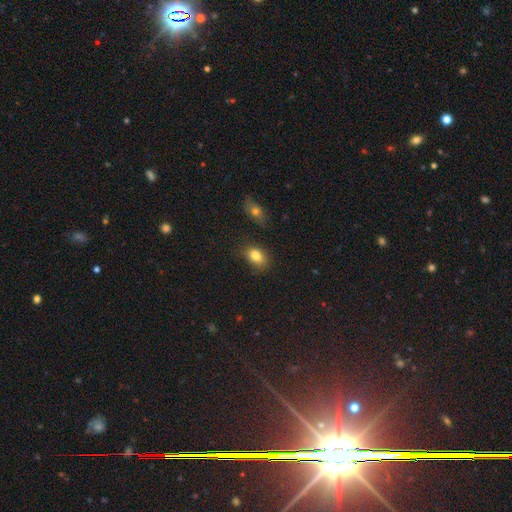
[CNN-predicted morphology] The model was most divided on "merging": none: 73%, minor disturbance: 19%, major disturbance: 4%, merger: 4%. More confident: smooth or featured — smooth (82%); how rounded — in between (77%).